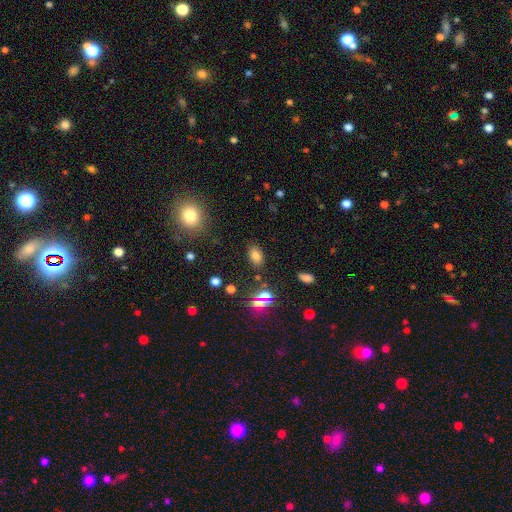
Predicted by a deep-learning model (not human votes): This is likely a smooth galaxy (74%). How rounded: clearly in between (85%). Merging: clearly none (83%).